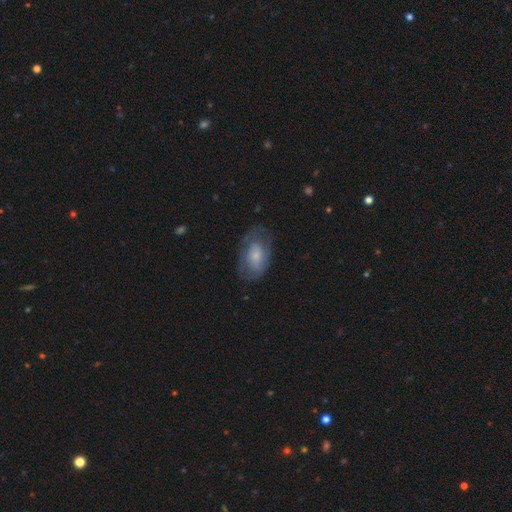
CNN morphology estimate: This appears to be a smooth galaxy with no disk features (50%). Merging: none (58%).